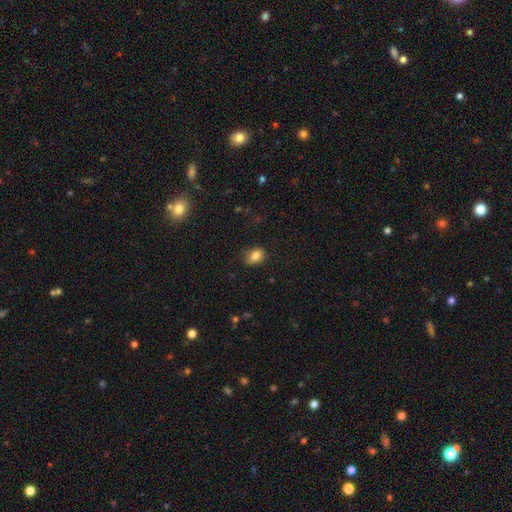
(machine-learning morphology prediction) Smooth or featured?
  - smooth: 82% *
  - star or artifact: 10%
  - featured or disk: 8%
How rounded?
  - in between: 71% *
  - round: 28%
  - cigar-shaped: 1%
Merging?
  - none: 66% *
  - minor disturbance: 26%
  - major disturbance: 6%
  - merger: 2%